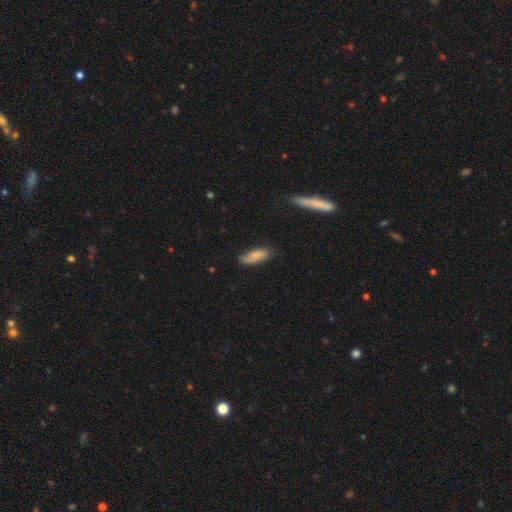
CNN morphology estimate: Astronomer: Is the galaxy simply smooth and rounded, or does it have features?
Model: smooth — 77%.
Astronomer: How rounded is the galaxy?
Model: in between — 67%.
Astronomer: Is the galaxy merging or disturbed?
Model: none — 66%.